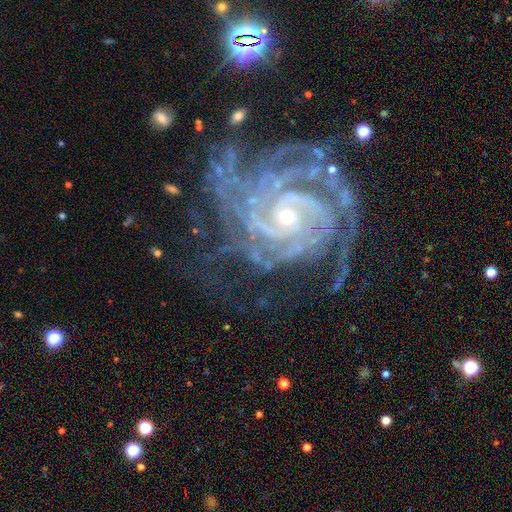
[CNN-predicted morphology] smooth_or_featured: featured or disk (p=0.91) [alt: star or artifact p=0.06]
disk_edge_on: no (p=0.98) [alt: yes p=0.02]
bar: no (p=0.67) [alt: weak p=0.22]
has_spiral_arms: yes (p=0.98) [alt: no p=0.02]
spiral_winding: tight (p=0.73) [alt: medium p=0.23]
spiral_arm_count: 2 (p=0.20) [alt: 3 p=0.19]
bulge_size: small (p=0.61) [alt: moderate p=0.35]
merging: none (p=0.62) [alt: minor disturbance p=0.19]